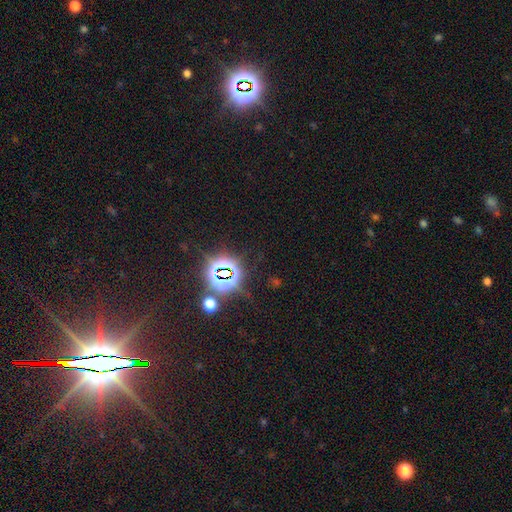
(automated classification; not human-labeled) smooth-or-featured: star or artifact: 82% | featured or disk: 10% | smooth: 8%